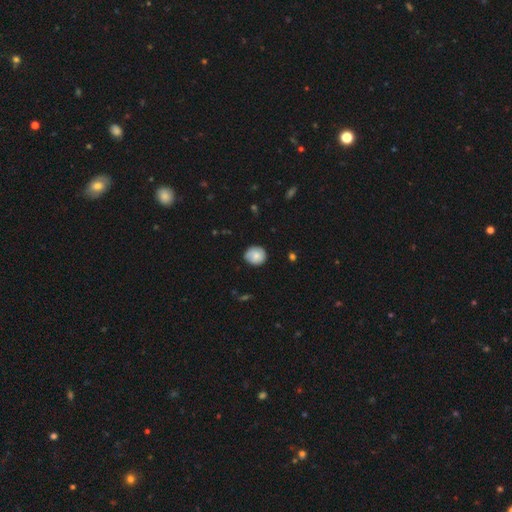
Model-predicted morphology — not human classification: This appears to be a smooth galaxy with no disk features (79%) that is round (85%). Merging: none (81%).